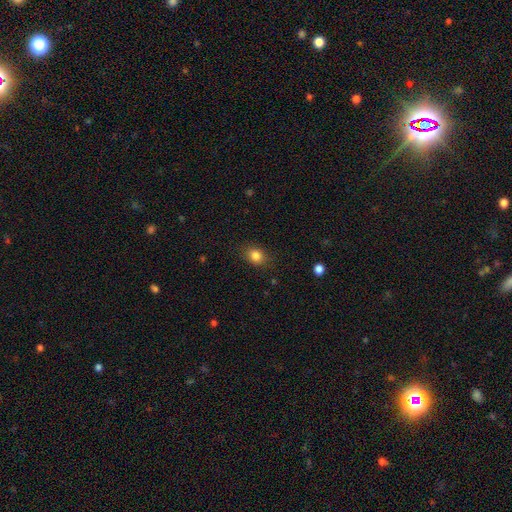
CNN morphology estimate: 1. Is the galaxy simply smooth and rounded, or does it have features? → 84% smooth, 10% star or artifact, 6% featured or disk.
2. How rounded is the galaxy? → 55% in between, 44% round, 1% cigar-shaped.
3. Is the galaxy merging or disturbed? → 85% none, 11% minor disturbance, 3% major disturbance, 1% merger.